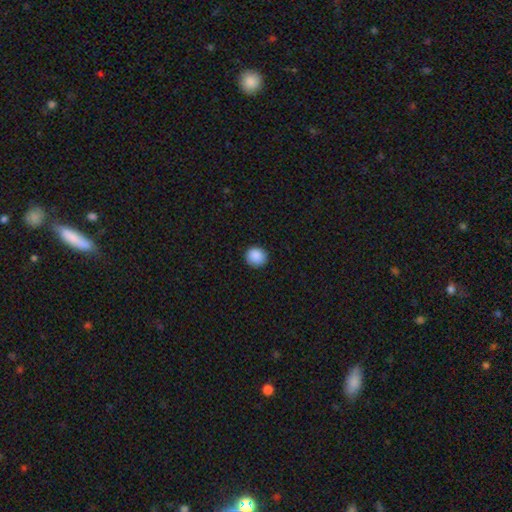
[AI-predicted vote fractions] smooth_or_featured: smooth (p=0.89) [alt: star or artifact p=0.08]
how_rounded: round (p=0.91) [alt: in between p=0.08]
merging: none (p=0.90) [alt: minor disturbance p=0.07]